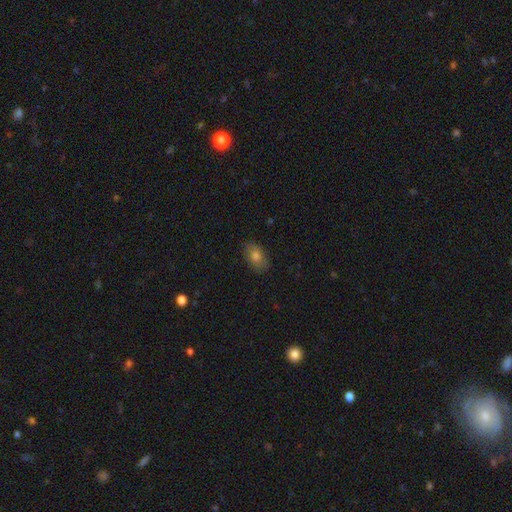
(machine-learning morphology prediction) The model was most divided on "smooth or featured": smooth: 76%, featured or disk: 13%, star or artifact: 10%. More confident: how rounded — in between (86%); merging — none (85%).